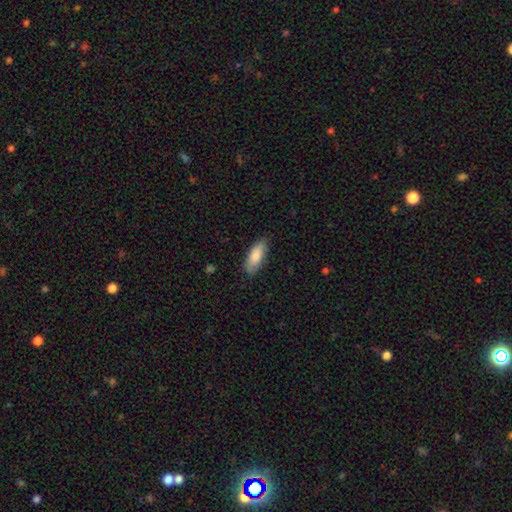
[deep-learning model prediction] Q: Smooth or featured?
A: smooth (84%); runner-up: featured or disk (11%)
Q: How rounded?
A: in between (72%); runner-up: cigar-shaped (26%)
Q: Merging?
A: none (83%); runner-up: minor disturbance (13%)